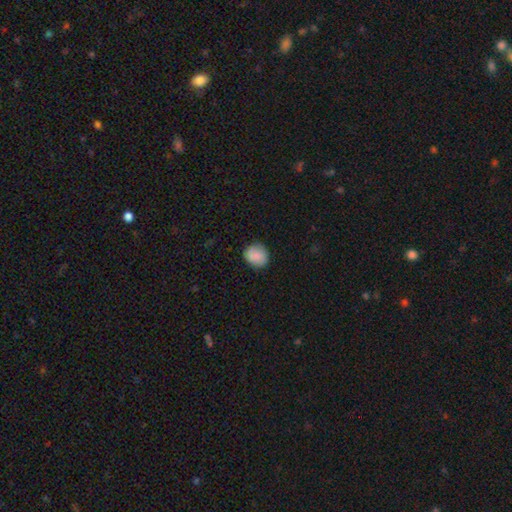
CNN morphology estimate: Smooth or featured? Predicted: smooth (p=0.86). How rounded? Predicted: round (p=0.81). Merging? Predicted: none (p=0.82).